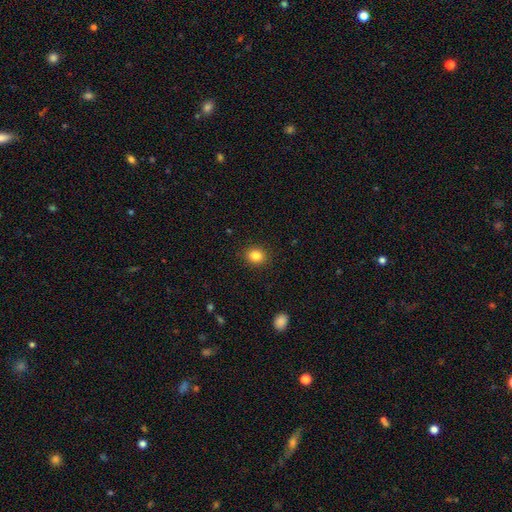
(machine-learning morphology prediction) type=smooth (84%); roundness=round (68%); merging=none (90%).